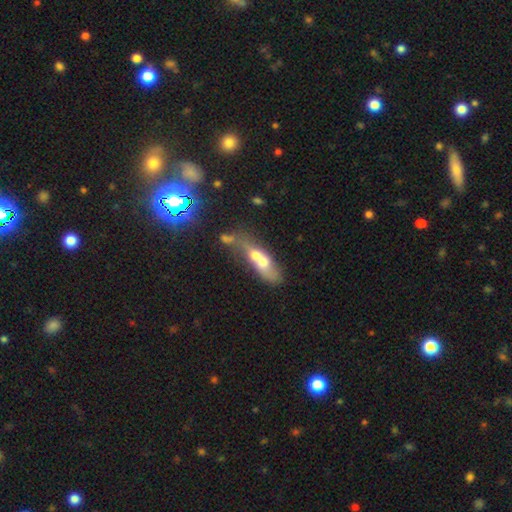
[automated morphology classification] smooth 51%, featured or disk 39%, star or artifact 10%. Down the decision tree: how rounded — in between (58%); merging — merger (67%).